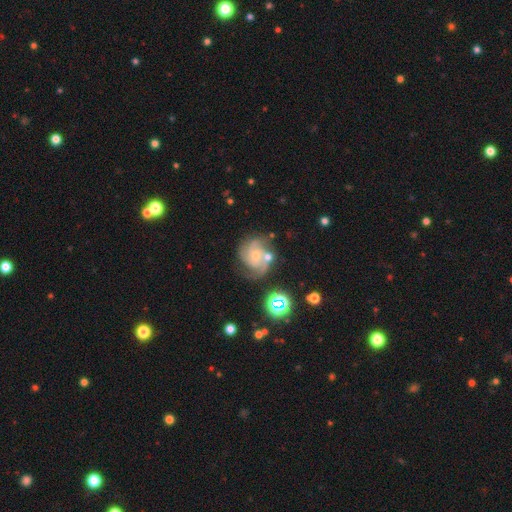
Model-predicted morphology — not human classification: The model was most divided on "spiral winding": medium: 45%, tight: 42%, loose: 13%. Remaining: edge-on disk — no (98%); spiral arms — yes (96%); smooth or featured — featured or disk (80%); bar — no (71%); bulge size — small (60%); merging — none (55%); spiral arm count — 3 (45%).